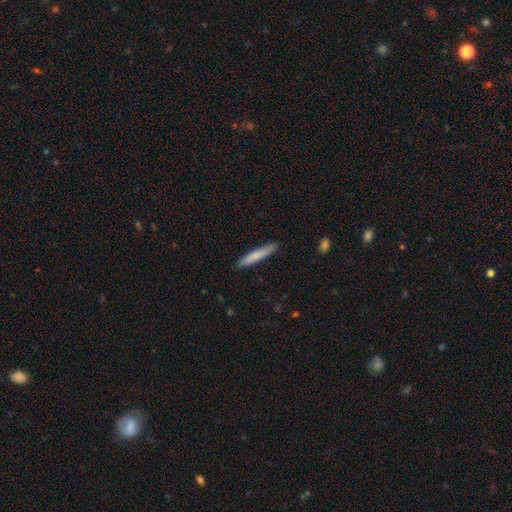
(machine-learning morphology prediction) Smooth or featured? smooth (78%)
How rounded? cigar-shaped (94%)
Merging? none (89%)